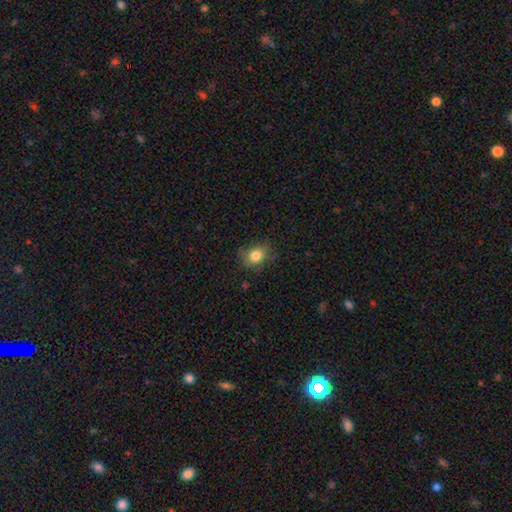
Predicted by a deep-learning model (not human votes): smooth 82%, star or artifact 10%, featured or disk 8%. Down the decision tree: how rounded — in between (52%); merging — none (75%).